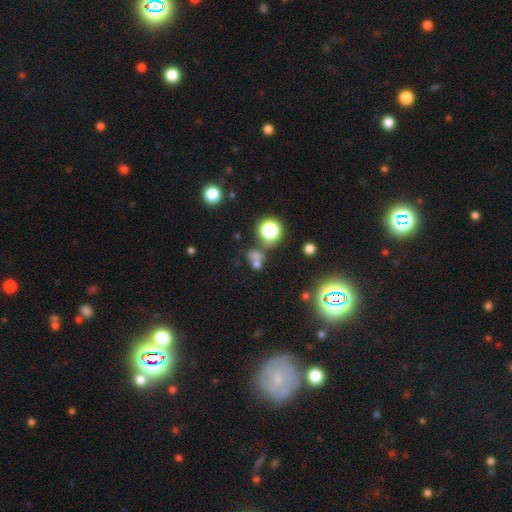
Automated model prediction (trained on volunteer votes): smooth-or-featured: smooth: 57% | star or artifact: 31% | featured or disk: 12%
  how-rounded: round: 69% | in between: 29% | cigar-shaped: 2%
  merging: none: 42% | merger: 41% | minor disturbance: 10% | major disturbance: 7%